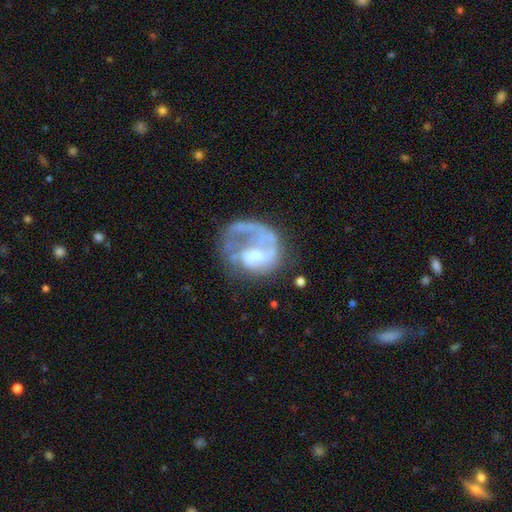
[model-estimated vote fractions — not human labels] Smooth or featured: featured or disk — 73% (smooth — 19%)
Edge-on disk: no — 98% (yes — 2%)
Bar: no — 61% (weak — 32%)
Spiral arms: yes — 64% (no — 36%)
Bulge size: moderate — 40% (small — 34%)
Merging: major disturbance — 40% (none — 36%)